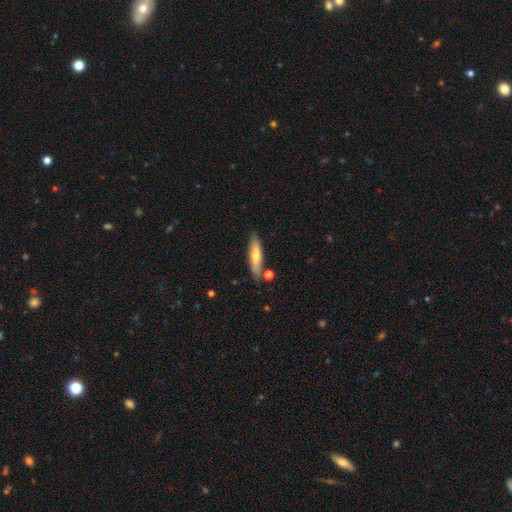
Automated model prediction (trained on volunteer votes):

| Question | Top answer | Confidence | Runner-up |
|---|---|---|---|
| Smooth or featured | smooth | 64% | featured or disk (30%) |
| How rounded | cigar-shaped | 76% | in between (22%) |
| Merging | none | 78% | minor disturbance (13%) |